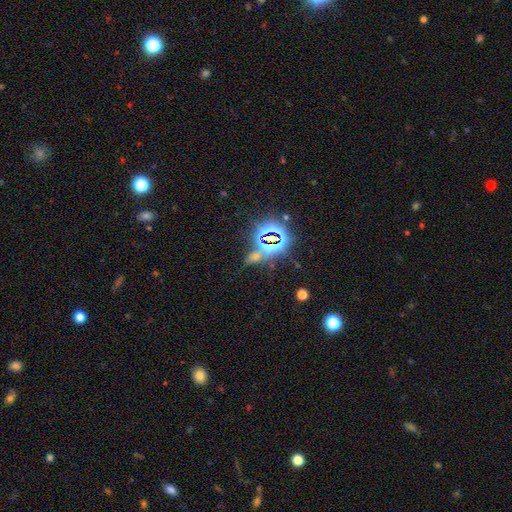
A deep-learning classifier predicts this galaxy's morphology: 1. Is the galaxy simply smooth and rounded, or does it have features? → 72% star or artifact, 19% smooth, 9% featured or disk.